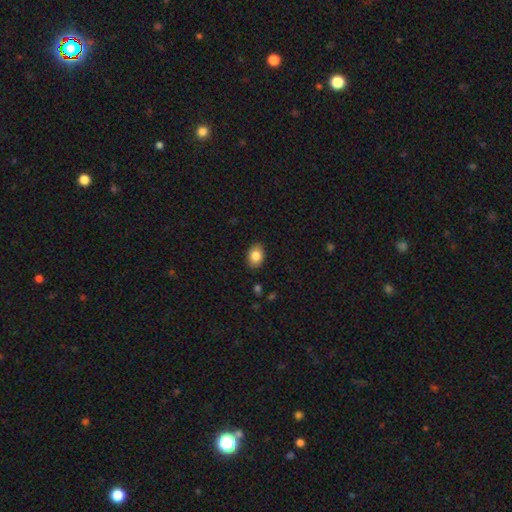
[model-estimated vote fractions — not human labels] A smooth galaxy with no disk features (85%) that is in between round and cigar-shaped (77%). Merging: none (88%).